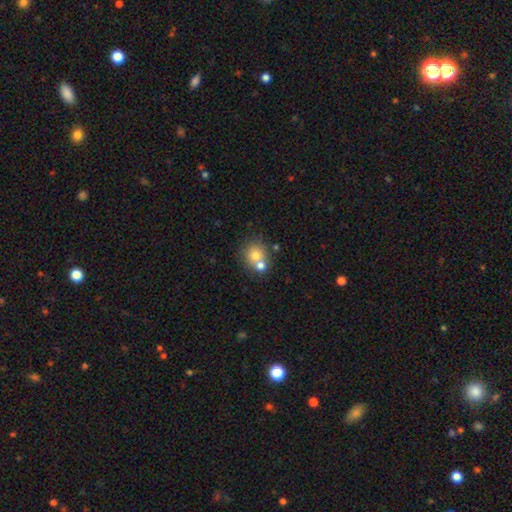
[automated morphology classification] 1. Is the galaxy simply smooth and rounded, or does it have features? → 72% smooth, 16% featured or disk, 12% star or artifact.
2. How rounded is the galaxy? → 83% round, 16% in between, 1% cigar-shaped.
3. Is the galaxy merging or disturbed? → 45% none (tied), 45% merger (tied), 7% minor disturbance, 3% major disturbance.